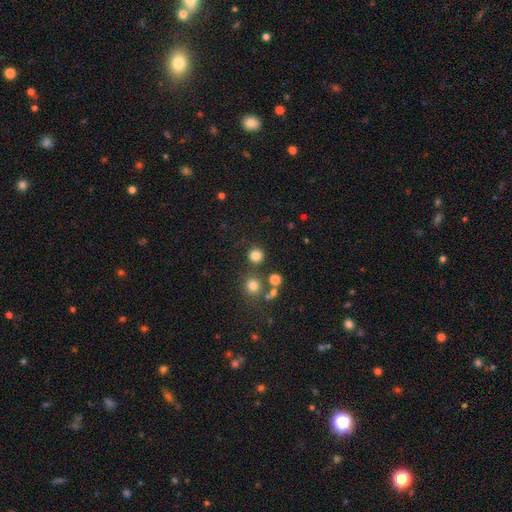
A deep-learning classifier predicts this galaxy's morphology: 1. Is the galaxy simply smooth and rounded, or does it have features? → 80% smooth, 15% star or artifact, 5% featured or disk.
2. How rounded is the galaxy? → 93% round, 6% in between, 1% cigar-shaped.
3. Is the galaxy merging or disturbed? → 82% none, 8% merger, 7% minor disturbance, 3% major disturbance.